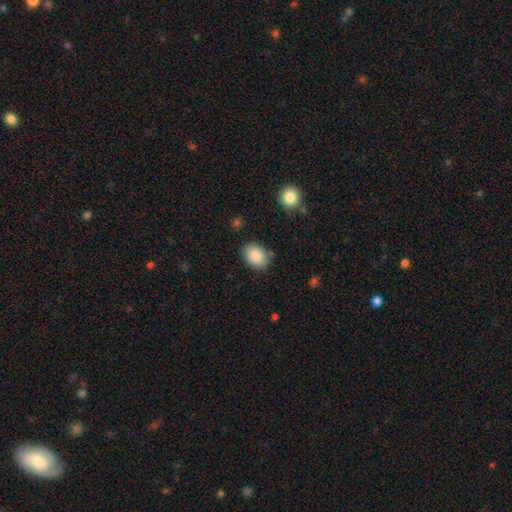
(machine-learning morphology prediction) Smooth or featured?
  - smooth: 88% *
  - star or artifact: 7%
  - featured or disk: 5%
How rounded?
  - in between: 78% *
  - round: 21%
  - cigar-shaped: 1%
Merging?
  - none: 82% *
  - minor disturbance: 13%
  - major disturbance: 3%
  - merger: 2%